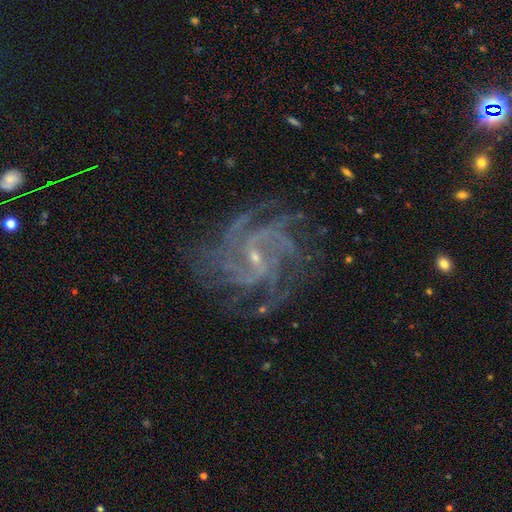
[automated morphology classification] Smooth or featured? Predicted: featured or disk (p=0.87). Edge-on disk? Predicted: no (p=0.98). Bar? Predicted: weak (p=0.48). Spiral arms? Predicted: yes (p=0.98). Spiral winding? Predicted: tight (p=0.45, tied with medium). Spiral arm count? Predicted: 4 (p=0.28). Bulge size? Predicted: small (p=0.80). Merging? Predicted: none (p=0.74).